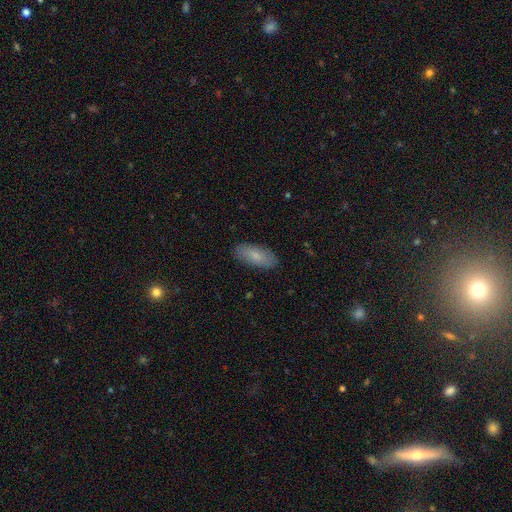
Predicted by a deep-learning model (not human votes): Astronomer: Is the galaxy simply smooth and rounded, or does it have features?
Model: smooth — 79%.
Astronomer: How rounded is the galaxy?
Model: in between — 81%.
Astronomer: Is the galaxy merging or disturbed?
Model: none — 87%.